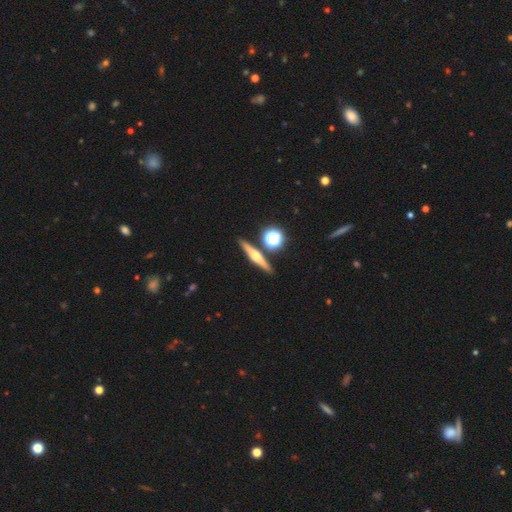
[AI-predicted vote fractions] Smooth or featured: featured or disk — 63% (smooth — 26%)
Edge-on disk: yes — 96% (no — 4%)
Edge-on bulge: rounded — 90% (boxy — 5%)
Merging: none — 85% (minor disturbance — 6%)